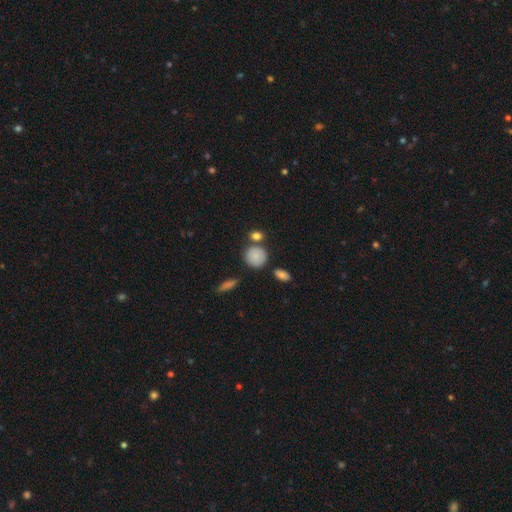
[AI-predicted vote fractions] Smooth or featured? smooth (83%)
How rounded? round (85%)
Merging? none (74%)